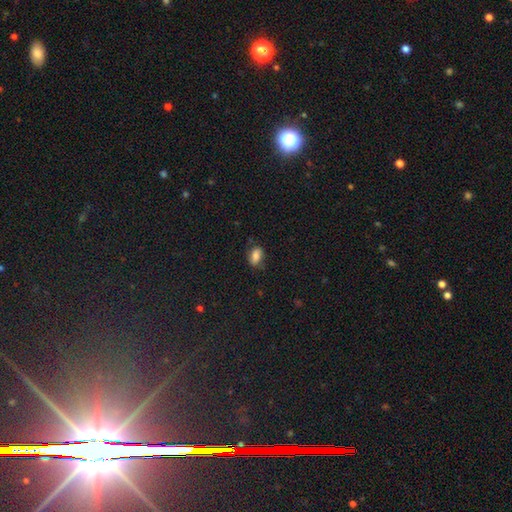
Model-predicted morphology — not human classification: This appears to be a smooth galaxy with no disk features (79%) that is in between round and cigar-shaped (86%). Merging: none (75%).